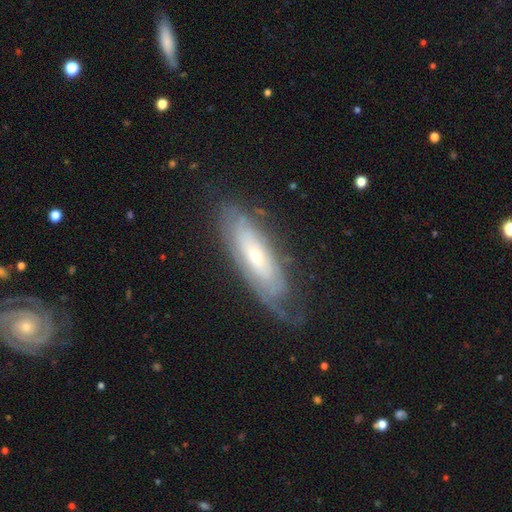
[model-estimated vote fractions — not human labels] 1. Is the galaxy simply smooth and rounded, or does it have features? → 72% featured or disk, 21% smooth, 6% star or artifact.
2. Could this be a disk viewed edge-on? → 81% no, 19% yes.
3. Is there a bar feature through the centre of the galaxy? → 75% no, 19% weak, 6% strong.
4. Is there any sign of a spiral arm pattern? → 79% yes, 21% no.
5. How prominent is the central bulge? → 62% small, 33% moderate, 3% large, 1% none, 1% dominant.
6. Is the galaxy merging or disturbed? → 63% none, 23% minor disturbance, 13% major disturbance, 2% merger.